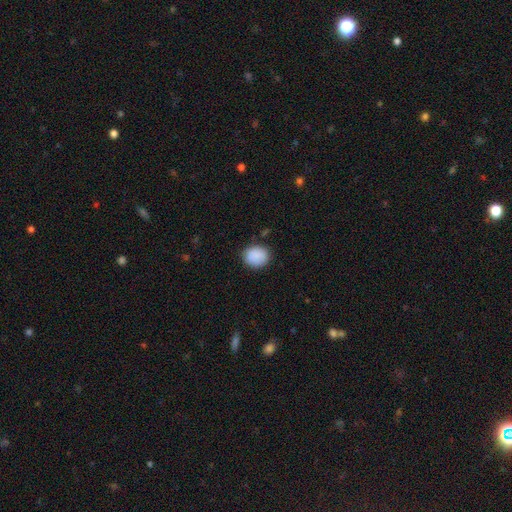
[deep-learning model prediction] Smooth or featured? smooth (89%)
How rounded? round (68%)
Merging? none (84%)